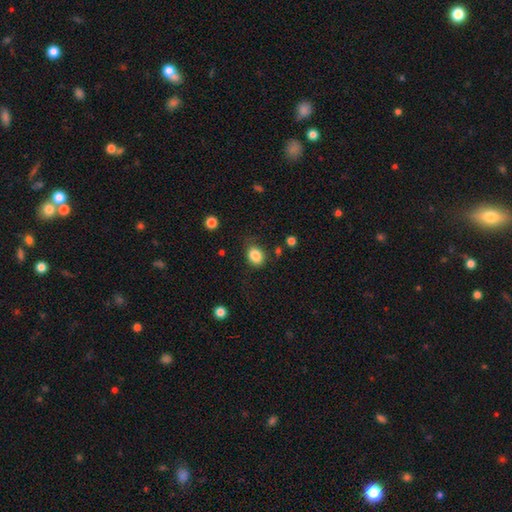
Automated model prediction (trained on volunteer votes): The model was most divided on "how rounded": round: 50%, in between: 49%, cigar-shaped: 1%. More confident: smooth or featured — smooth (86%); merging — none (74%).